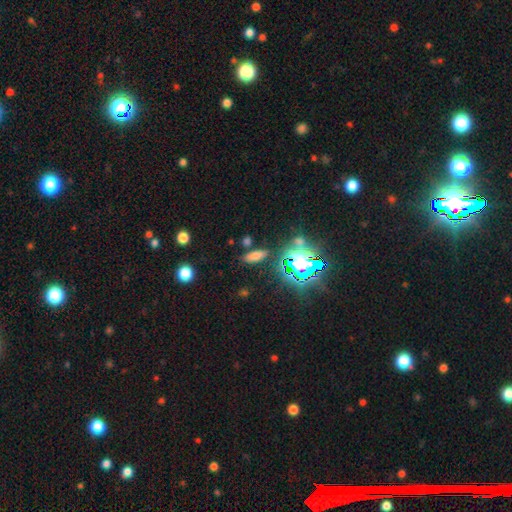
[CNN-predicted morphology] This appears to be a smooth galaxy with no disk features (67%) that is in between round and cigar-shaped (62%). Merging: none (81%).